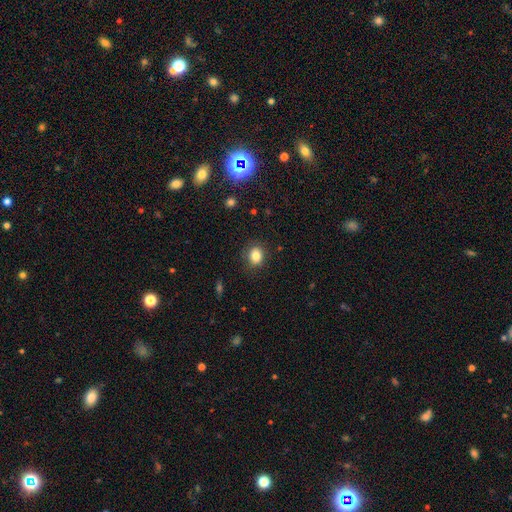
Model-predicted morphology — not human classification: This is clearly a smooth galaxy (83%). How rounded: possibly round (59%). Merging: clearly none (83%).